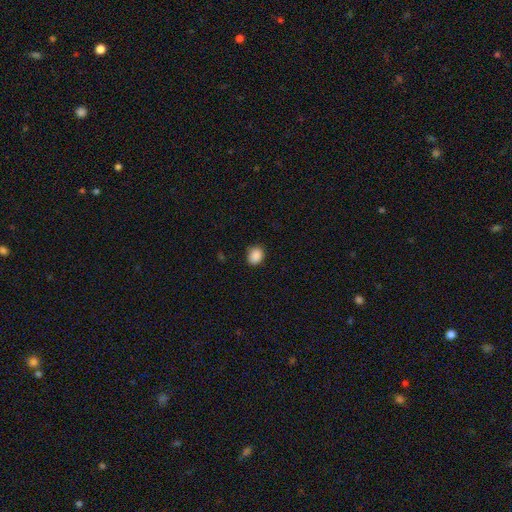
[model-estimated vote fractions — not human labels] smooth 89%, star or artifact 8%, featured or disk 2%. Down the decision tree: how rounded — round (52%); merging — none (87%).